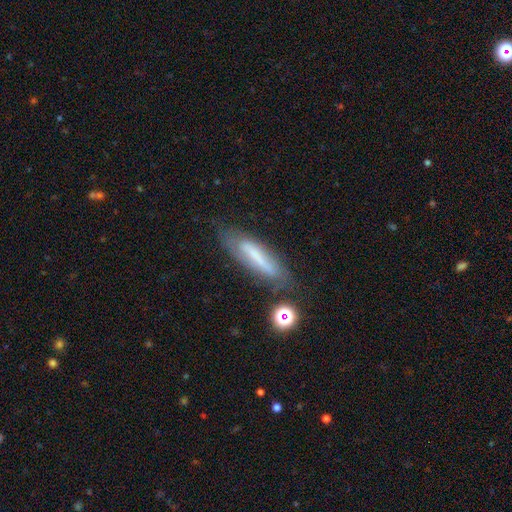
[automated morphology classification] A featured or disk galaxy (44%, tied with smooth).

Vote fractions:
- Smooth or featured? featured or disk: 44% (tied) / smooth: 44% (tied) / star or artifact: 12%
- Merging? none: 67% / minor disturbance: 21% / major disturbance: 8% / merger: 5%